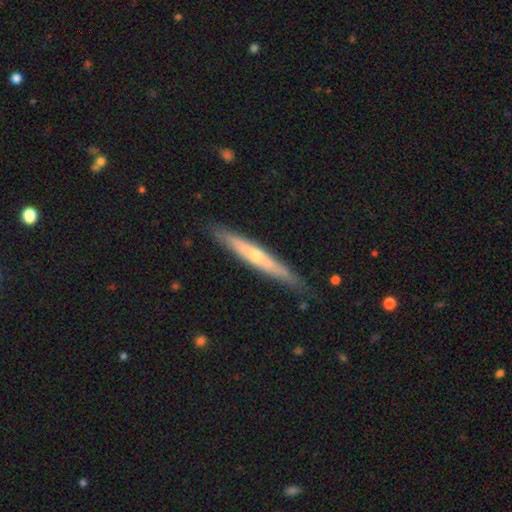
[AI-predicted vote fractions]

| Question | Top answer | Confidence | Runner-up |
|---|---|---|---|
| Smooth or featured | featured or disk | 55% | smooth (40%) |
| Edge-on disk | yes | 91% | no (9%) |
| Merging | none | 85% | minor disturbance (11%) |